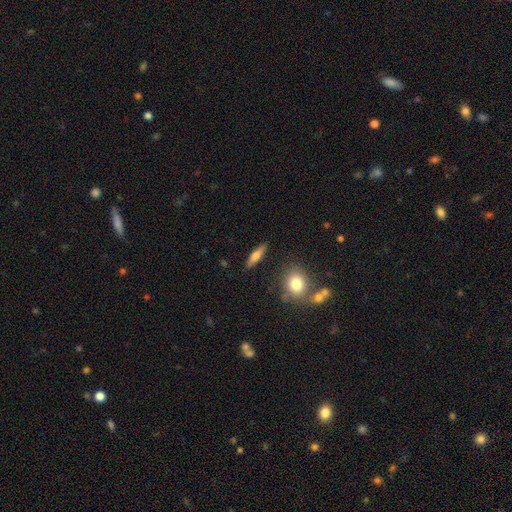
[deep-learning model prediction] This is likely a smooth galaxy (60%). How rounded: likely cigar-shaped (70%). Merging: clearly none (87%).